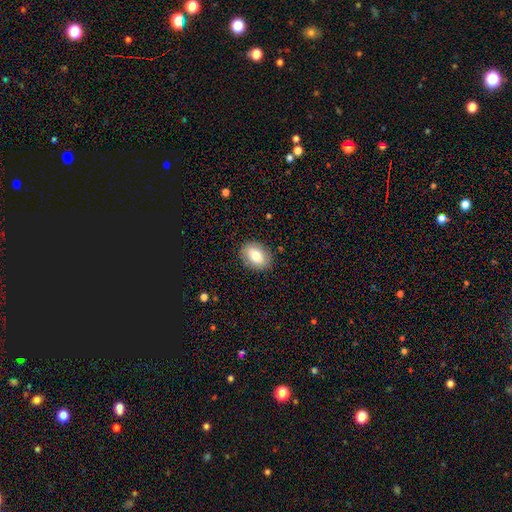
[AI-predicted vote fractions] A smooth galaxy with no disk features (78%) that is in between round and cigar-shaped (78%). Merging: none (86%).